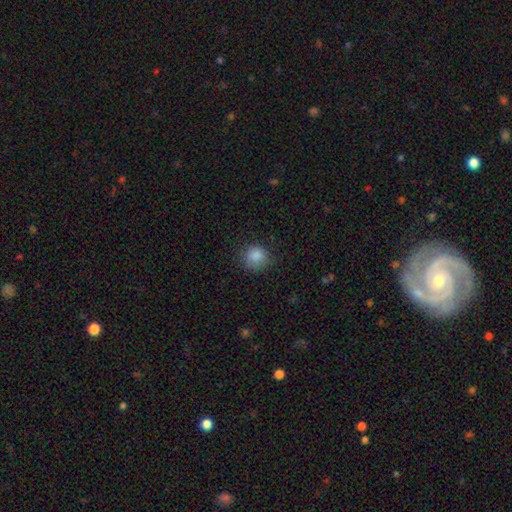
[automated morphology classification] smooth_or_featured: smooth (p=0.87) [alt: star or artifact p=0.10]
how_rounded: round (p=0.88) [alt: in between p=0.11]
merging: none (p=0.81) [alt: minor disturbance p=0.14]